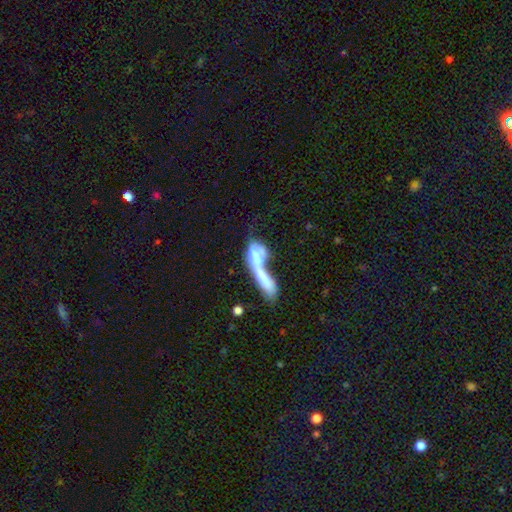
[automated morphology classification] Smooth or featured? Predicted: smooth (p=0.58). How rounded? Predicted: in between (p=0.63). Merging? Predicted: merger (p=0.73).